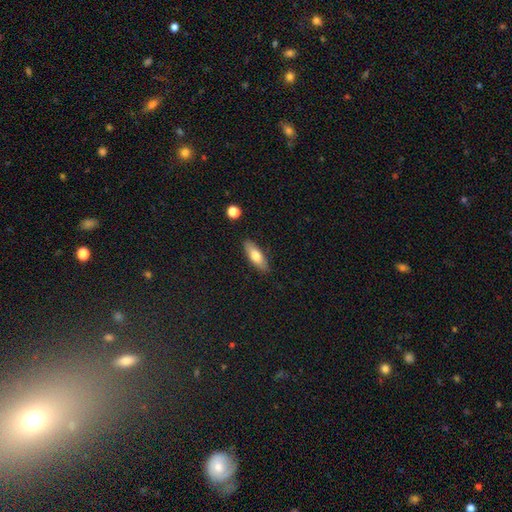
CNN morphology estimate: A smooth galaxy with no disk features (72%) that is in between round and cigar-shaped (66%). Merging: none (86%).